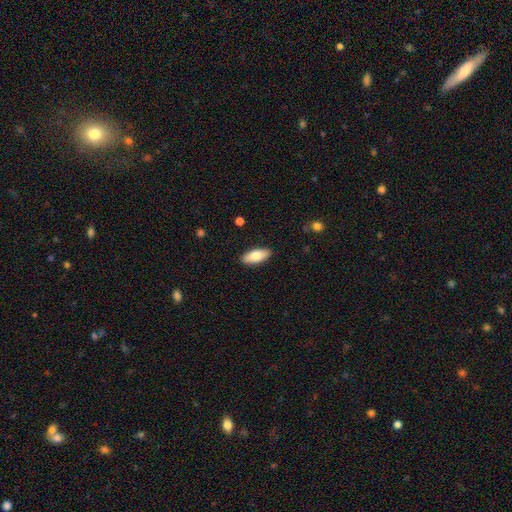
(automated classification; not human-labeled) A smooth galaxy with no disk features (80%) that is in between round and cigar-shaped (83%). Merging: none (89%).